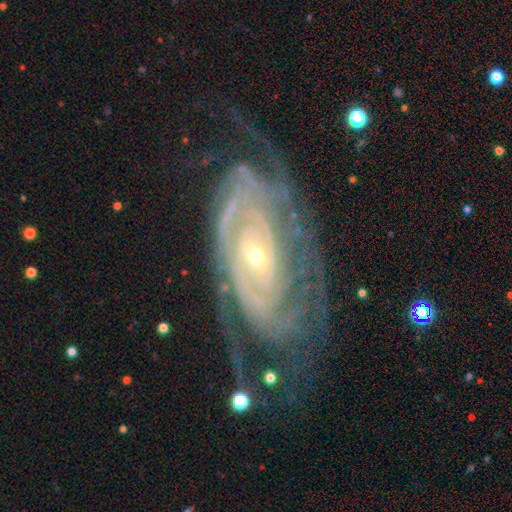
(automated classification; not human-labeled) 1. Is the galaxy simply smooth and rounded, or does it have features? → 89% featured or disk, 6% star or artifact, 5% smooth.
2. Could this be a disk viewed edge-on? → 94% no, 6% yes.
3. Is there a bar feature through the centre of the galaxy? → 55% no, 28% weak, 17% strong.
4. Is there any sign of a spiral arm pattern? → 97% yes, 3% no.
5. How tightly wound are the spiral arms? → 77% tight, 19% medium, 4% loose.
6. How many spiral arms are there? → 30% can't tell, 20% 2, 16% 3, 16% 4, 10% more than 4, 7% 1.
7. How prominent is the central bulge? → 75% small, 21% moderate, 2% large, 1% none, 1% dominant.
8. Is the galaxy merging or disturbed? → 66% none, 19% minor disturbance, 13% major disturbance, 2% merger.